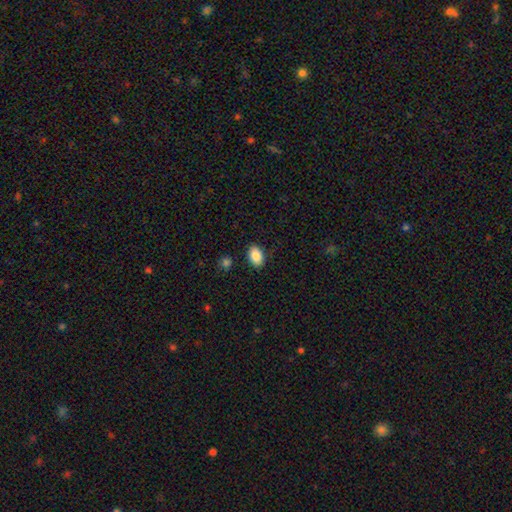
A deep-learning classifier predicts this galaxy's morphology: A smooth galaxy with no disk features (87%) that is in between round and cigar-shaped (87%).

Vote fractions:
- Smooth or featured? smooth: 87% / star or artifact: 7% / featured or disk: 5%
- How rounded? in between: 87% / round: 12% / cigar-shaped: 1%
- Merging? none: 86% / minor disturbance: 10% / major disturbance: 2% / merger: 2%